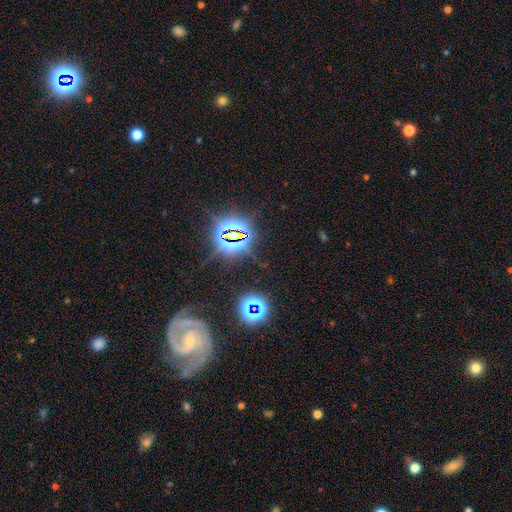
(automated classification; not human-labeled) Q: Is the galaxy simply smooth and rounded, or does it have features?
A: star or artifact — 46%.